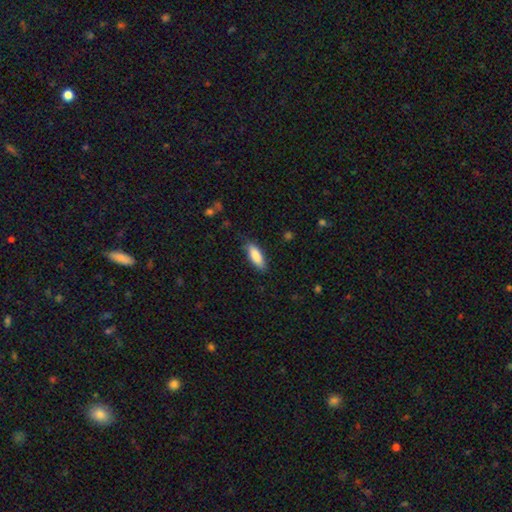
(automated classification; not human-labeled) Smooth or featured?
  - smooth: 87% *
  - featured or disk: 8%
  - star or artifact: 6%
How rounded?
  - in between: 65% *
  - cigar-shaped: 33%
  - round: 2%
Merging?
  - none: 79% *
  - minor disturbance: 17%
  - major disturbance: 3%
  - merger: 1%